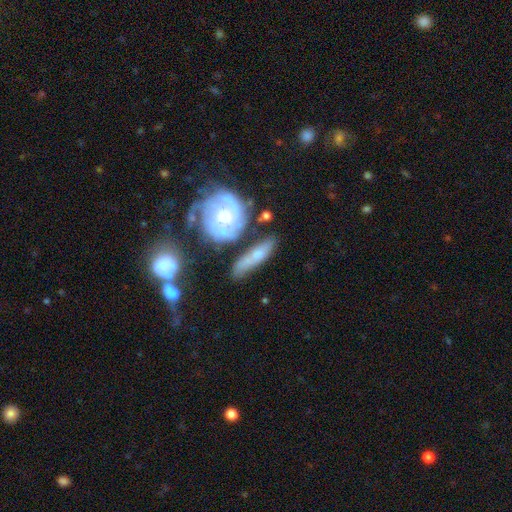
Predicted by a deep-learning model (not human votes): This is possibly a featured or disk galaxy (50%). It is likely not viewed edge-on (71%). Merging: possibly none (50%).